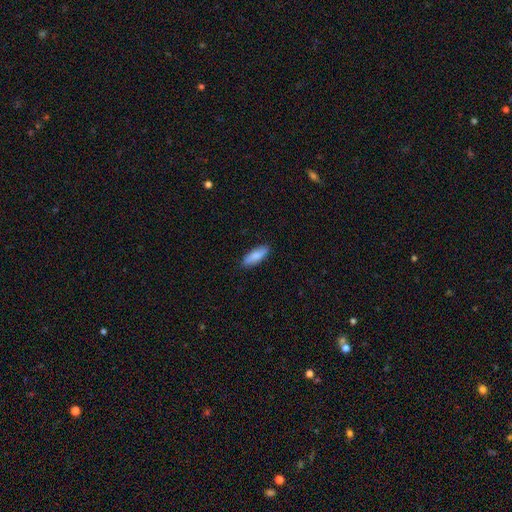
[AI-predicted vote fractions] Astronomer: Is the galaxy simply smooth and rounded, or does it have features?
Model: smooth — 84%.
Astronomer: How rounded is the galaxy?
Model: in between — 61% (runner-up: cigar-shaped, 37%).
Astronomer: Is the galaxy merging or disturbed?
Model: none — 89%.